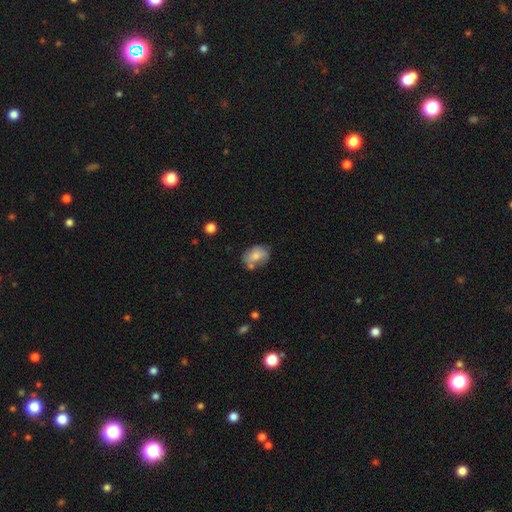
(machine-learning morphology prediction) type=smooth (68%); roundness=in between (76%); merging=none (56%).